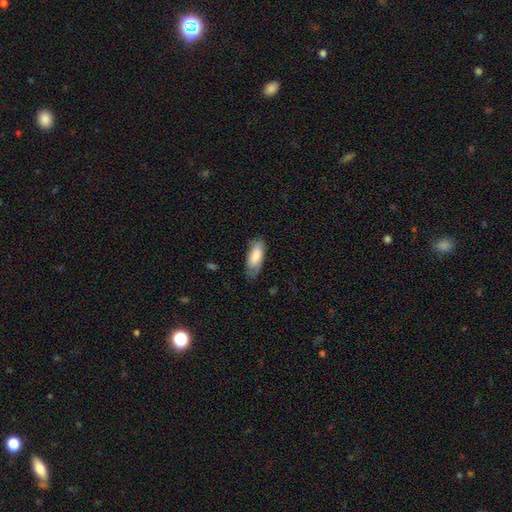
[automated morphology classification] smooth 73%, featured or disk 21%, star or artifact 6%. Down the decision tree: how rounded — in between (82%); merging — none (64%).